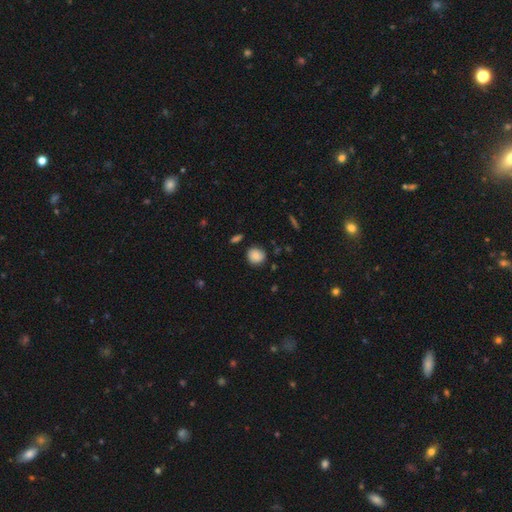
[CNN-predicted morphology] type=smooth (85%); roundness=round (87%); merging=none (83%).